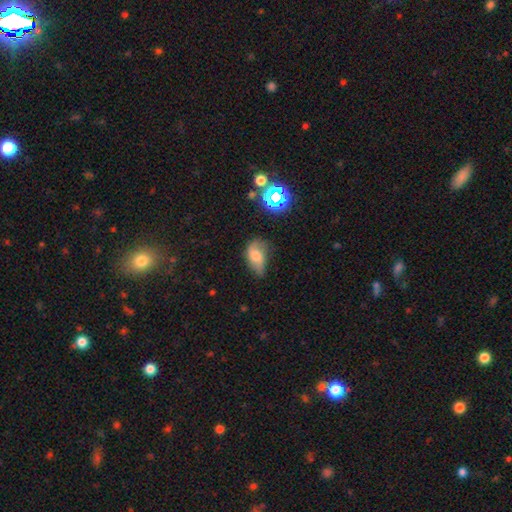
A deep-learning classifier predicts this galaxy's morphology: smooth 58%, featured or disk 28%, star or artifact 14%. Down the decision tree: how rounded — in between (85%); merging — minor disturbance (41%).